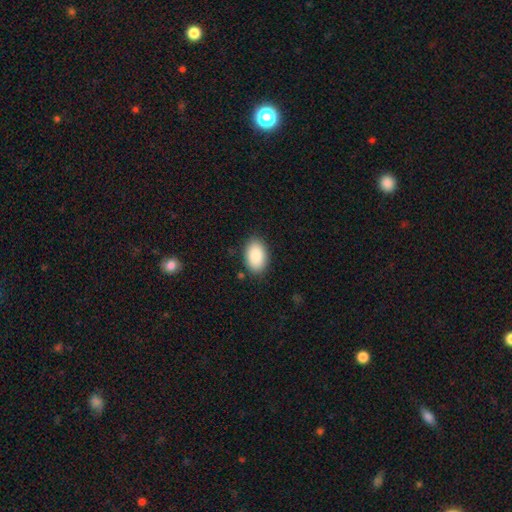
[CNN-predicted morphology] smooth 89%, star or artifact 6%, featured or disk 5%. Down the decision tree: how rounded — in between (93%); merging — none (86%).